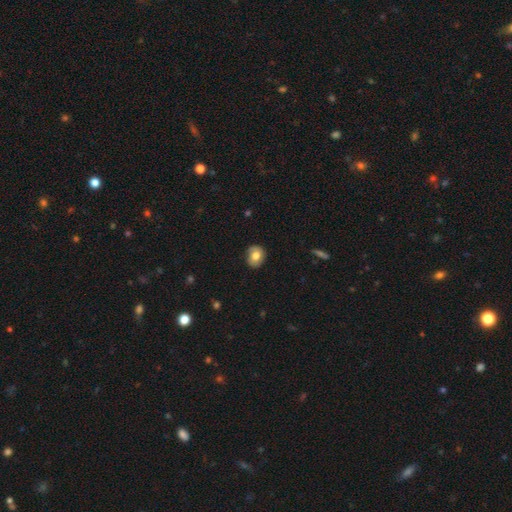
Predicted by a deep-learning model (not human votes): A smooth galaxy with no disk features (71%) that is round (67%). Merging: none (81%).